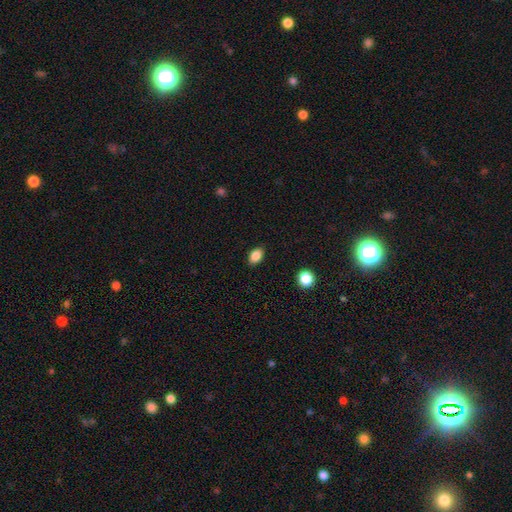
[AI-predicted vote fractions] A smooth galaxy with no disk features (86%) that is in between round and cigar-shaped (84%). Merging: none (88%).